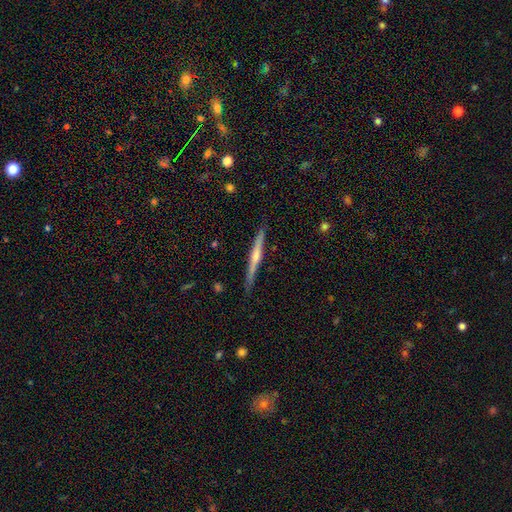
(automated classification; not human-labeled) Overall: featured or disk (68%). Edge-on disk: yes (98%). Edge-on bulge: rounded (71%). Merging: none (86%).